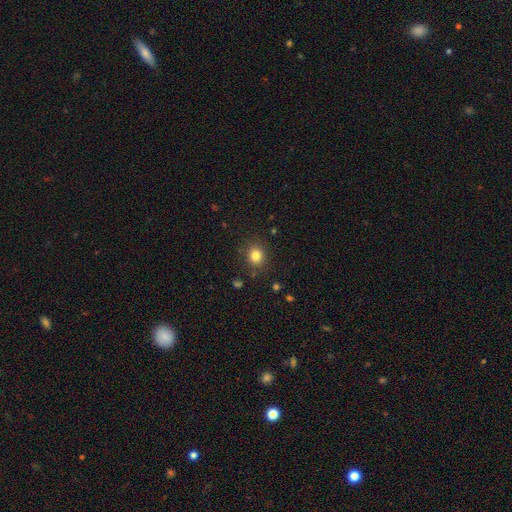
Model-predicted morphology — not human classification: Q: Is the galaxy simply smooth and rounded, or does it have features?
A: smooth — 81%.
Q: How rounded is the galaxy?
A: round — 78%.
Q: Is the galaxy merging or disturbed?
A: none — 86%.